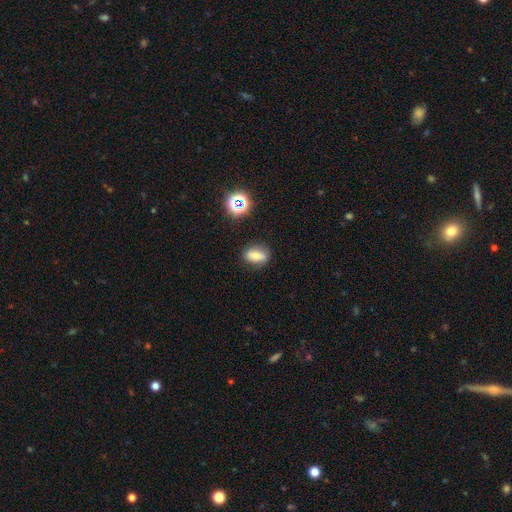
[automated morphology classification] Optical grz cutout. It shows a smooth galaxy with no disk features (71%) that is in between round and cigar-shaped (78%). Merging: none (80%).